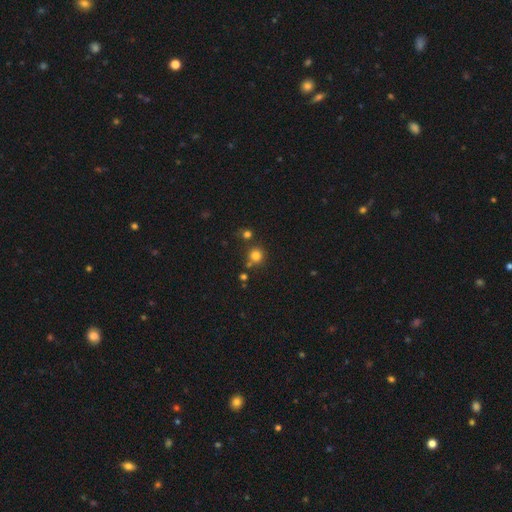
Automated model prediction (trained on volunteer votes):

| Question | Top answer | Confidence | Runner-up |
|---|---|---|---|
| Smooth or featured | smooth | 77% | star or artifact (16%) |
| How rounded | round | 91% | in between (8%) |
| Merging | none | 73% | merger (15%) |